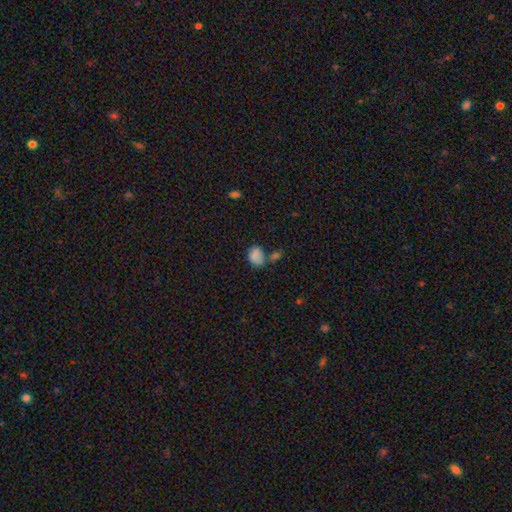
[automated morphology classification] A smooth galaxy with no disk features (81%) that is in between round and cigar-shaped (69%).

Vote fractions:
- Smooth or featured? smooth: 81% / star or artifact: 10% / featured or disk: 8%
- How rounded? in between: 69% / round: 30% / cigar-shaped: 1%
- Merging? none: 42% / merger: 26% / minor disturbance: 22% / major disturbance: 10%